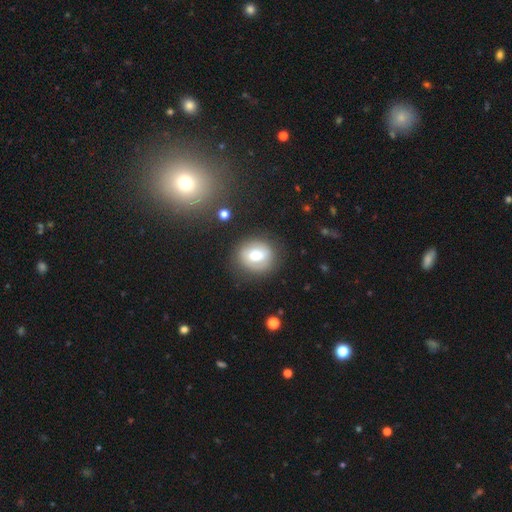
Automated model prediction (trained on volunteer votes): This is possibly a smooth galaxy (53%). How rounded: likely round (74%). Merging: clearly none (81%).